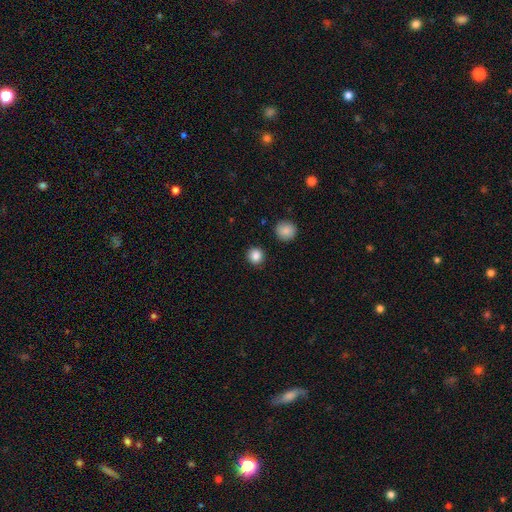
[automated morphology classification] Smooth or featured?
  - smooth: 86% *
  - star or artifact: 10%
  - featured or disk: 4%
How rounded?
  - round: 90% *
  - in between: 9%
  - cigar-shaped: 1%
Merging?
  - none: 90% *
  - minor disturbance: 6%
  - merger: 2%
  - major disturbance: 2%